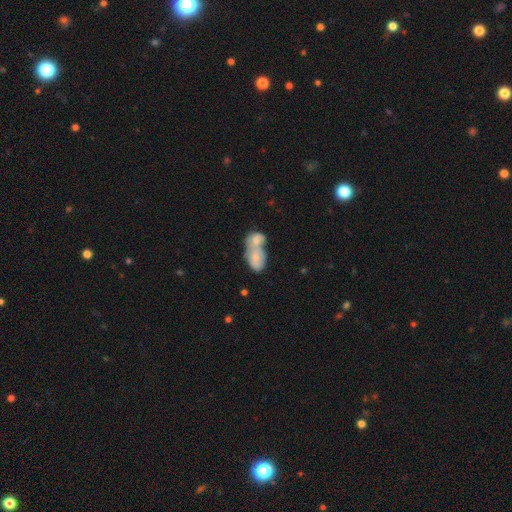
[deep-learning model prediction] Smooth or featured: smooth — 65% (featured or disk — 27%)
How rounded: in between — 86% (round — 11%)
Merging: merger — 76% (none — 13%)